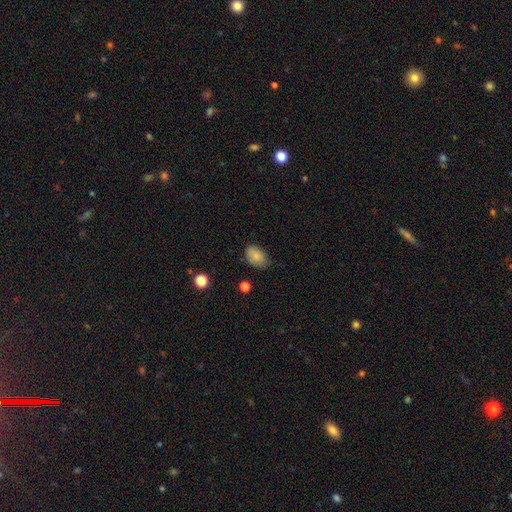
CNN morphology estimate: Overall: smooth (83%). How rounded: in between (84%). Merging: none (67%).